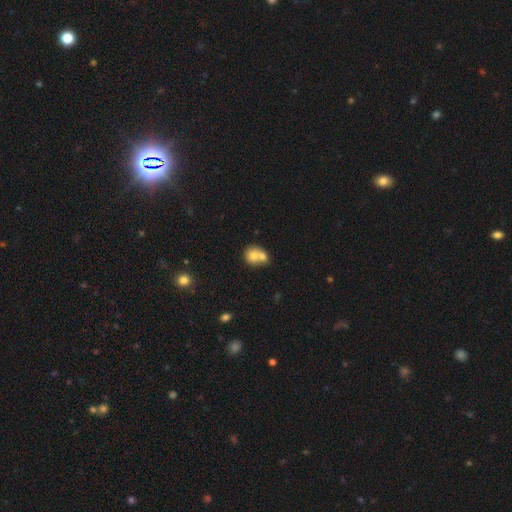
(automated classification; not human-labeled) A smooth galaxy with no disk features (73%) that is round (72%).

Vote fractions:
- Smooth or featured? smooth: 73% / featured or disk: 18% / star or artifact: 9%
- How rounded? round: 72% / in between: 27% / cigar-shaped: 1%
- Merging? merger: 64% / none: 26% / minor disturbance: 7% / major disturbance: 3%